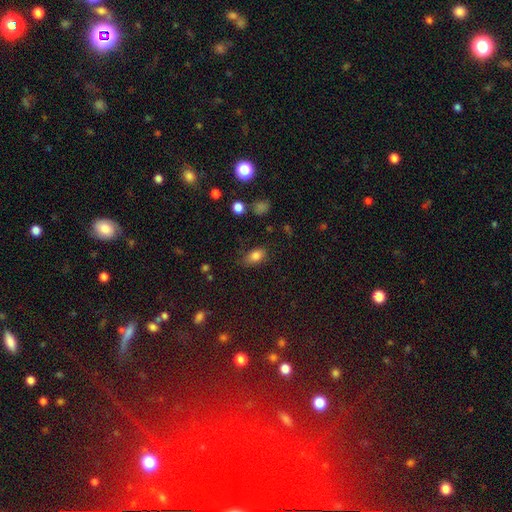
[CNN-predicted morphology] smooth_or_featured: smooth (p=0.81) [alt: star or artifact p=0.11]
how_rounded: in between (p=0.85) [alt: round p=0.12]
merging: none (p=0.74) [alt: minor disturbance p=0.19]